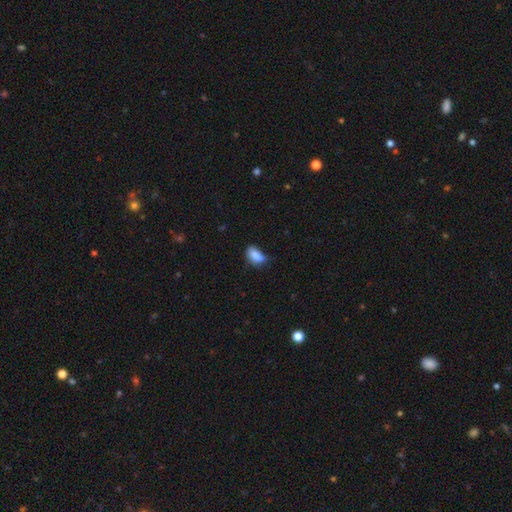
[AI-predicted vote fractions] This is clearly a smooth galaxy (85%). How rounded: clearly in between (89%). Merging: marginally none (45%).